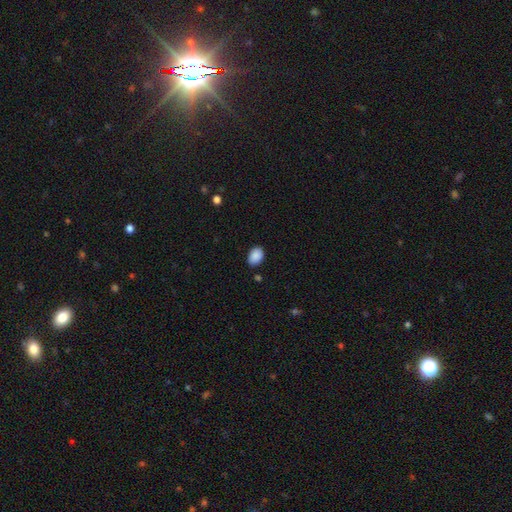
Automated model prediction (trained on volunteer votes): This appears to be a smooth galaxy with no disk features (89%) that is in between round and cigar-shaped (84%). Merging: none (85%).